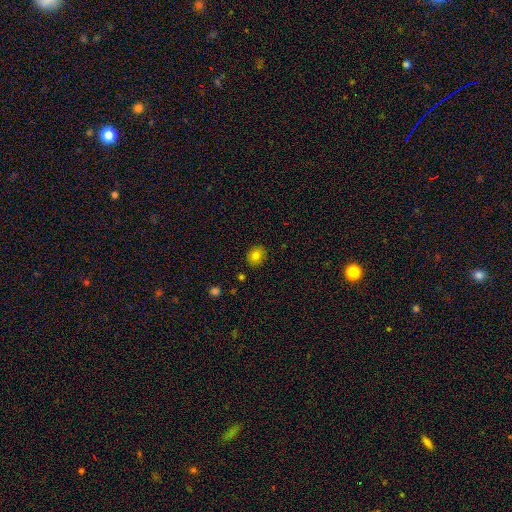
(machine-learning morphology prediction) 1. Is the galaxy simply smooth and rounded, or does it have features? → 80% smooth, 11% star or artifact, 9% featured or disk.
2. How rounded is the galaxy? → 68% round, 31% in between, 1% cigar-shaped.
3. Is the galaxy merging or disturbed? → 88% none, 9% minor disturbance, 2% major disturbance, 2% merger.